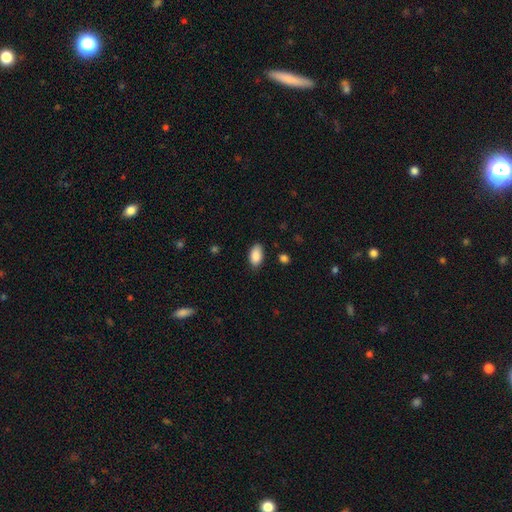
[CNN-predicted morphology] smooth 89%, star or artifact 7%, featured or disk 4%. Down the decision tree: how rounded — in between (93%); merging — none (83%).